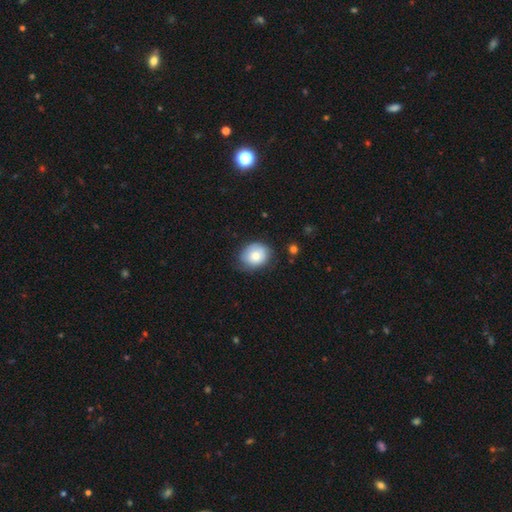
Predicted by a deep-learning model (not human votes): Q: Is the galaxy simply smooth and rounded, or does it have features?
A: smooth — 75%.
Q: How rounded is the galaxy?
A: round — 50%.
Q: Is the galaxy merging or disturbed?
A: none — 62%.